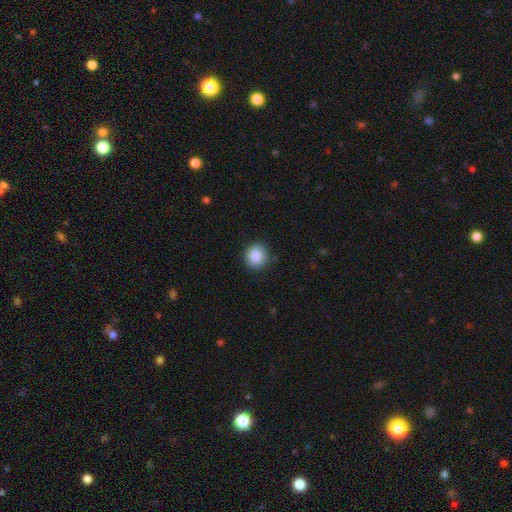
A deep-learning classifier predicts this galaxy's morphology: This appears to be a smooth galaxy with no disk features (88%) that is round (84%). Merging: none (88%).